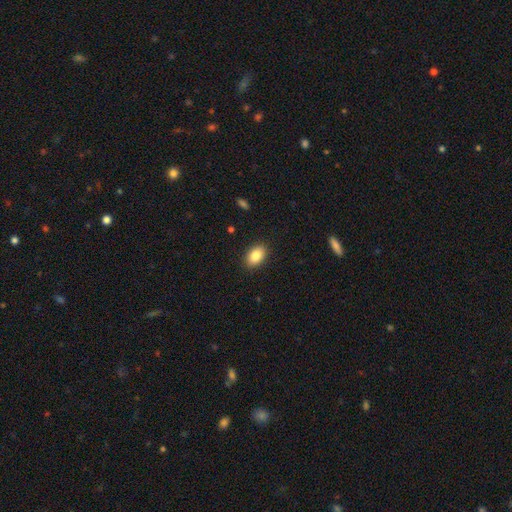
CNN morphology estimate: smooth 86%, star or artifact 7%, featured or disk 7%. Down the decision tree: how rounded — in between (88%); merging — none (89%).